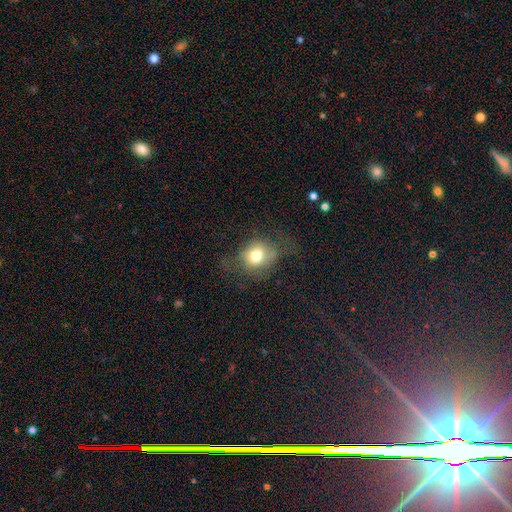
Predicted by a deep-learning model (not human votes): Smooth or featured? smooth (70%)
How rounded? round (67%)
Merging? none (57%)